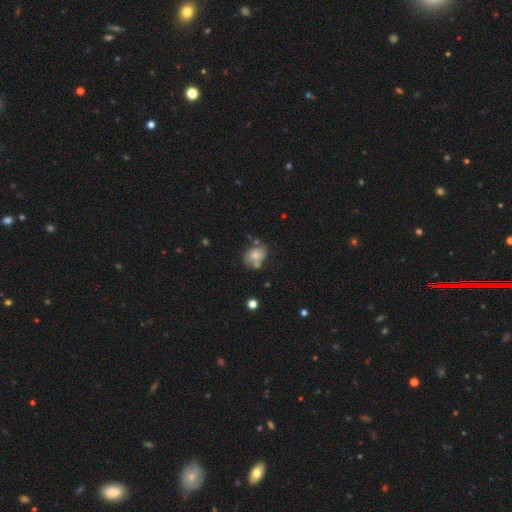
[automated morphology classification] This is likely a smooth galaxy (69%). How rounded: likely in between (63%). Merging: possibly none (53%).